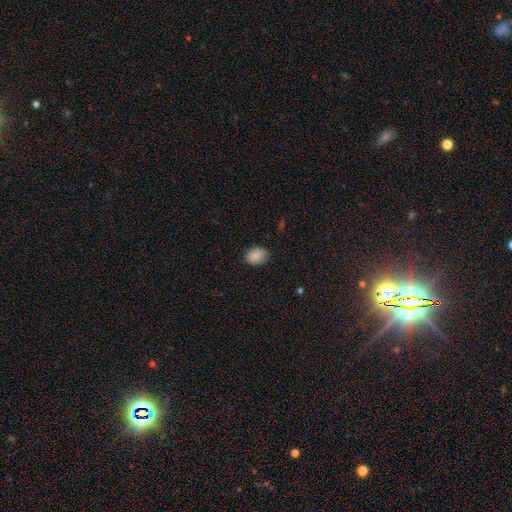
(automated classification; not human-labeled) Smooth or featured: smooth — 87% (star or artifact — 8%)
How rounded: in between — 54% (round — 45%)
Merging: none — 81% (minor disturbance — 15%)